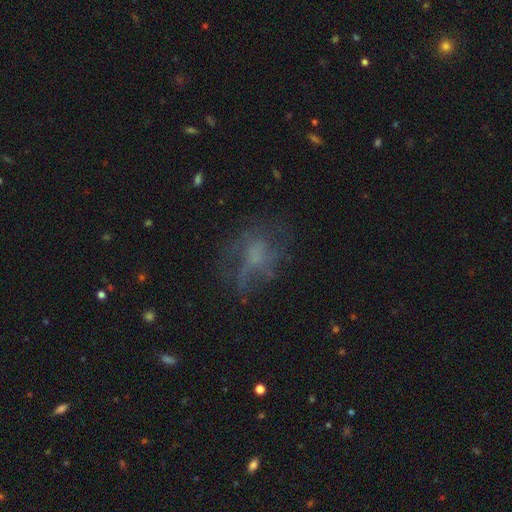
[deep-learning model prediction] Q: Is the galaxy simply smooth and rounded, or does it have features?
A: featured or disk — 47%.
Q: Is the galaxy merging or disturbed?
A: none — 46%.